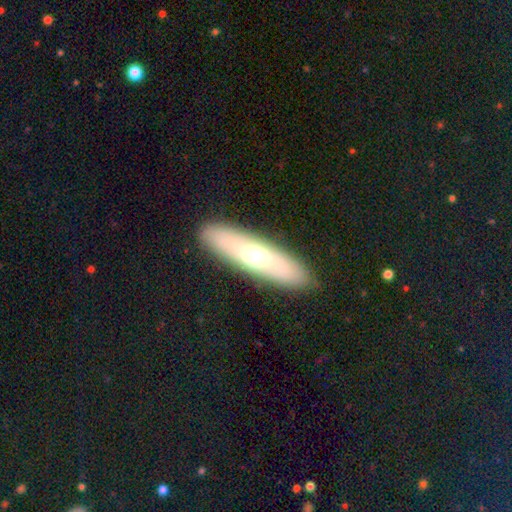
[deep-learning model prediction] A smooth galaxy with no disk features (49%). Merging: none (89%).